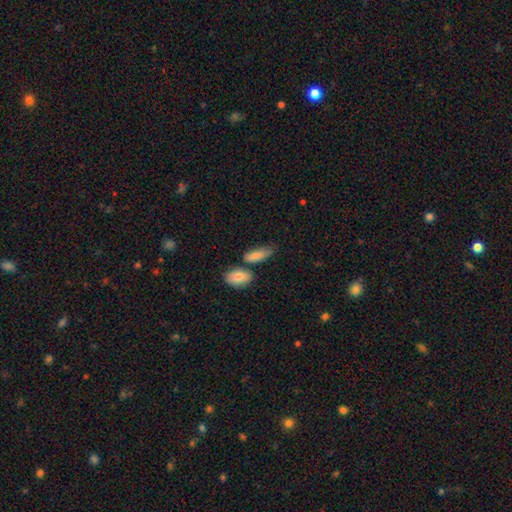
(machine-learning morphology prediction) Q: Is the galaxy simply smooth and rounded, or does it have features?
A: smooth — 85%.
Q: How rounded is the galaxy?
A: in between — 75%.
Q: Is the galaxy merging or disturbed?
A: none — 53%.